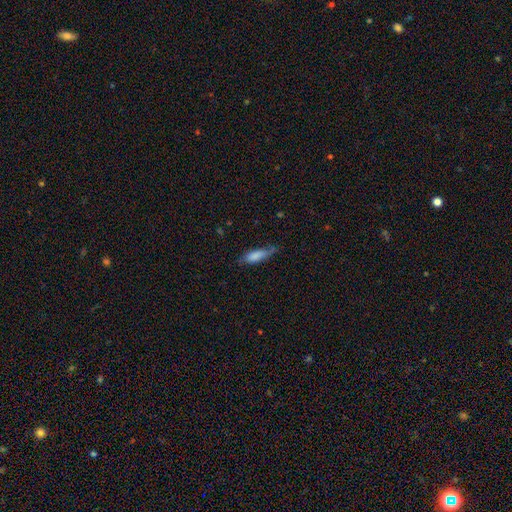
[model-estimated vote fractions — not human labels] smooth 78%, featured or disk 15%, star or artifact 7%. Down the decision tree: how rounded — in between (58%); merging — none (48%).